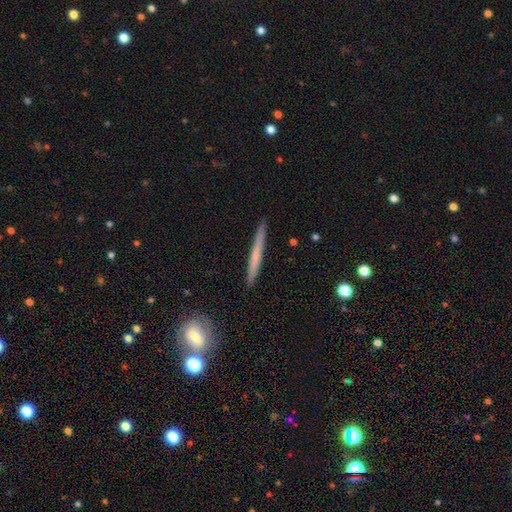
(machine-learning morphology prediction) smooth-or-featured: smooth: 56% | featured or disk: 38% | star or artifact: 6%
  how-rounded: cigar-shaped: 97% | in between: 2% | round: 1%
  merging: none: 91% | minor disturbance: 7% | merger: 1% | major disturbance: 1%